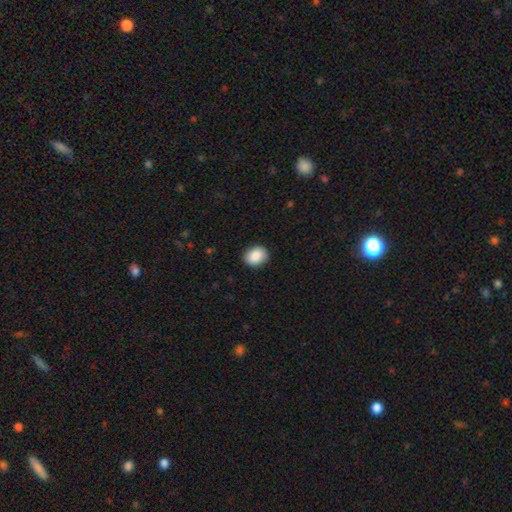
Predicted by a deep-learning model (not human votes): smooth 88%, star or artifact 7%, featured or disk 4%. Down the decision tree: how rounded — in between (50%); merging — none (89%).